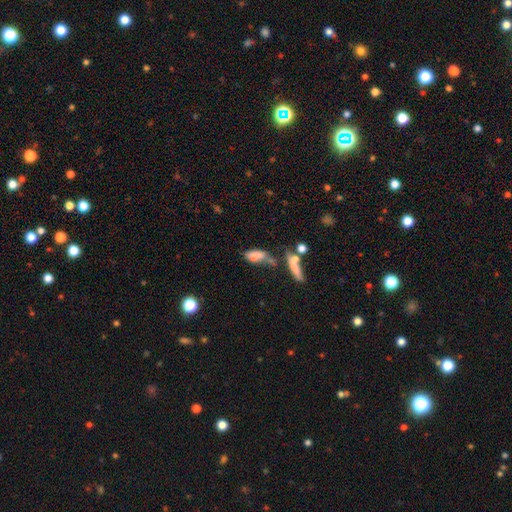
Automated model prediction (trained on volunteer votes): smooth-or-featured: smooth: 71% | featured or disk: 18% | star or artifact: 11%
  how-rounded: in between: 73% | cigar-shaped: 23% | round: 4%
  merging: merger: 36% | none: 27% | minor disturbance: 19% | major disturbance: 18%